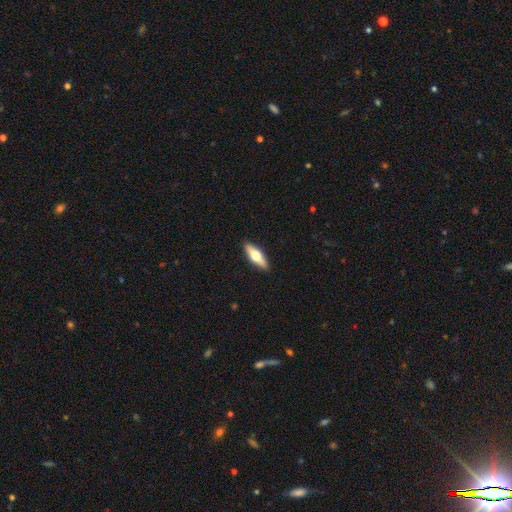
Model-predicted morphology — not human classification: The model was most divided on "how rounded": in between: 52%, cigar-shaped: 46%, round: 3%. More confident: merging — none (90%); smooth or featured — smooth (51%).